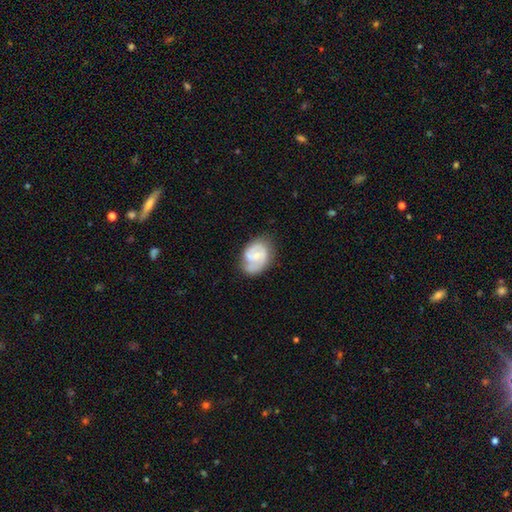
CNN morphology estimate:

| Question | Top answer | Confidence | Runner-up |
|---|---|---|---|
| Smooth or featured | featured or disk | 68% | smooth (26%) |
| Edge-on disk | no | 98% | yes (2%) |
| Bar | no | 47% | weak (44%) |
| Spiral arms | yes | 86% | no (14%) |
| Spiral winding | medium | 45% | tight (39%) |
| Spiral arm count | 2 | 69% | can't tell (14%) |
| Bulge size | small | 55% | moderate (29%) |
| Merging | none | 59% | minor disturbance (27%) |